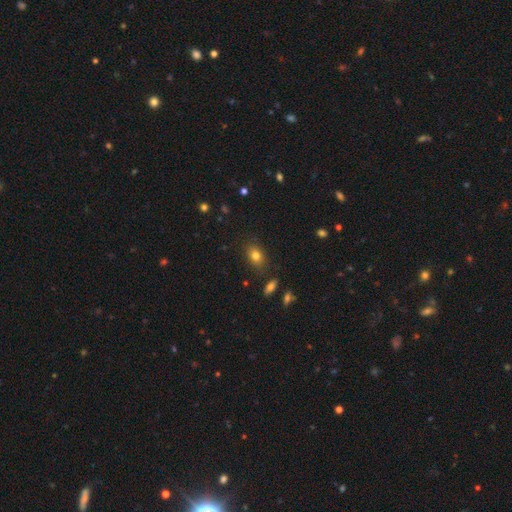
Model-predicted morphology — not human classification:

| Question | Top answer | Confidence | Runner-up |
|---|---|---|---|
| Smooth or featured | smooth | 80% | star or artifact (12%) |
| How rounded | in between | 72% | round (26%) |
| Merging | none | 83% | minor disturbance (12%) |